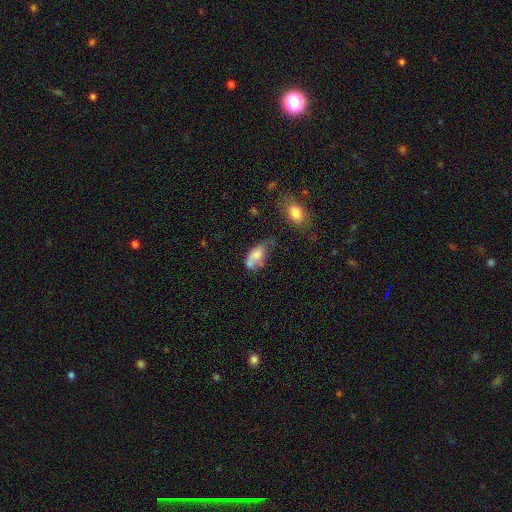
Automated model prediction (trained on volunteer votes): Smooth or featured: smooth — 72% (featured or disk — 19%)
How rounded: in between — 88% (cigar-shaped — 6%)
Merging: none — 29% (minor disturbance — 28%)